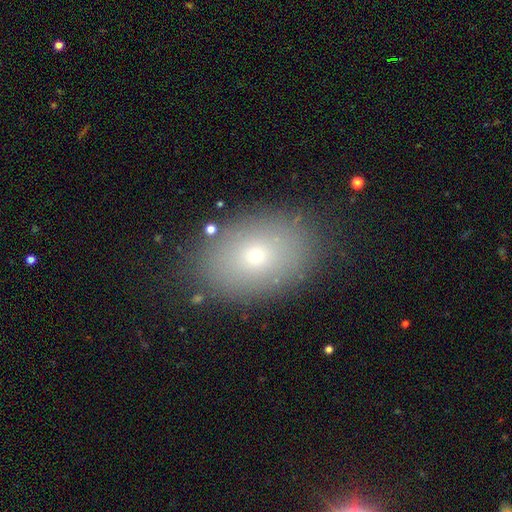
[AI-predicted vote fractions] A smooth galaxy with no disk features (71%) that is in between round and cigar-shaped (82%). Merging: none (84%).